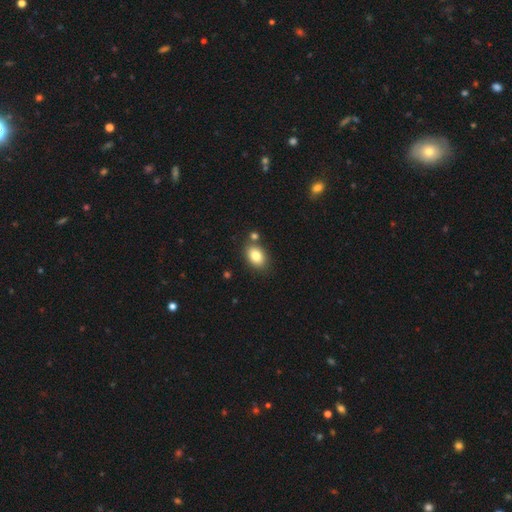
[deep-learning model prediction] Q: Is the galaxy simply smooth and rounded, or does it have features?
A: smooth — 83%.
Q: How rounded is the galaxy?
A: in between — 83%.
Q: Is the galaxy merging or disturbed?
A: none — 74%.